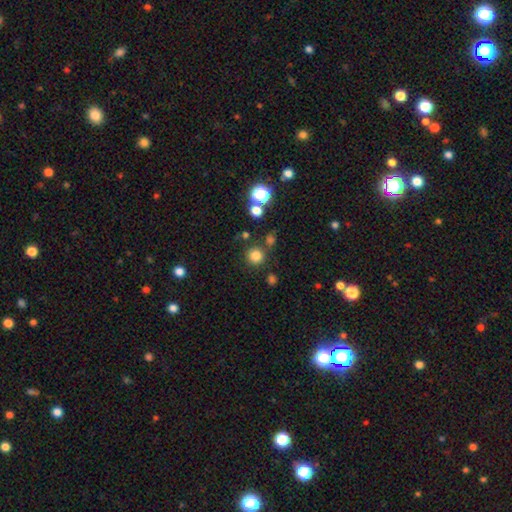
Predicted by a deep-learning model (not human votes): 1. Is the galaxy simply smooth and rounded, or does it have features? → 78% smooth, 16% star or artifact, 5% featured or disk.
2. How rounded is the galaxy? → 94% round, 5% in between, 1% cigar-shaped.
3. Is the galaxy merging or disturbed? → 82% none, 8% minor disturbance, 7% merger, 3% major disturbance.